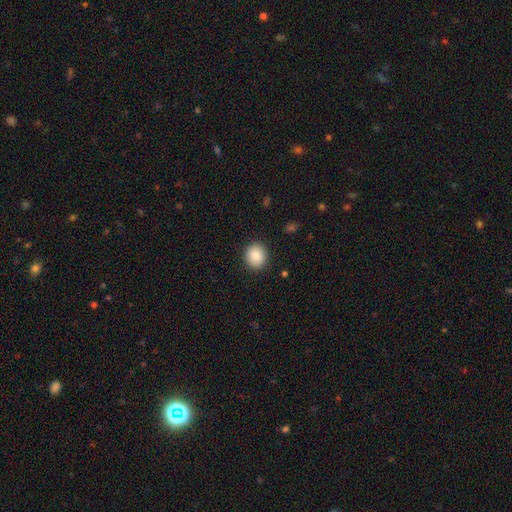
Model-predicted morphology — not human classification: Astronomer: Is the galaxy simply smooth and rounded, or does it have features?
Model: smooth — 87%.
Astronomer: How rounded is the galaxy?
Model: round — 82%.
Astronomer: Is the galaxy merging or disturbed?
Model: none — 91%.